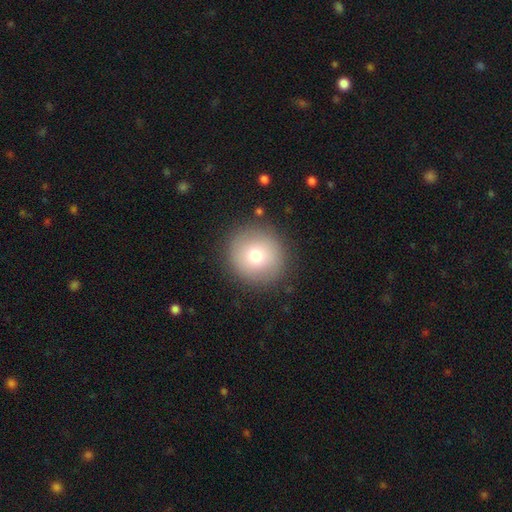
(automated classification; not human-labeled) smooth-or-featured: smooth: 74% | featured or disk: 15% | star or artifact: 11%
  how-rounded: round: 94% | in between: 5% | cigar-shaped: 1%
  merging: none: 89% | minor disturbance: 7% | major disturbance: 3% | merger: 1%